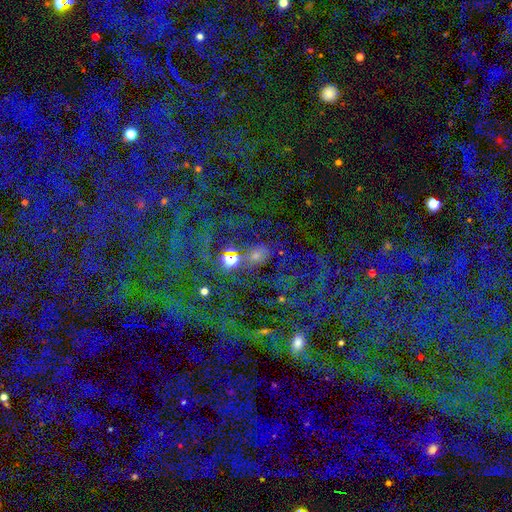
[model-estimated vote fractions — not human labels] Smooth or featured? star or artifact (59%)